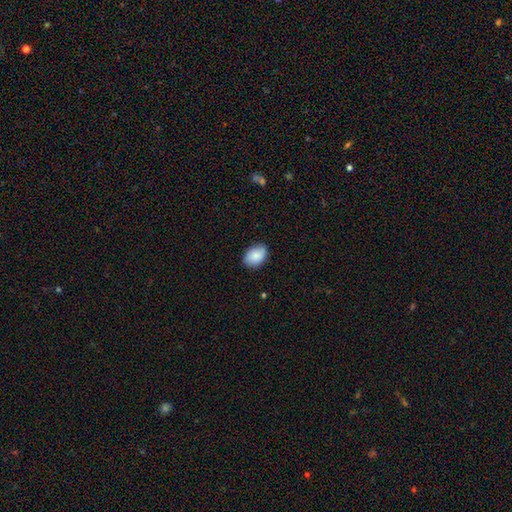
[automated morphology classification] smooth 88%, star or artifact 6%, featured or disk 6%. Down the decision tree: how rounded — in between (83%); merging — none (85%).